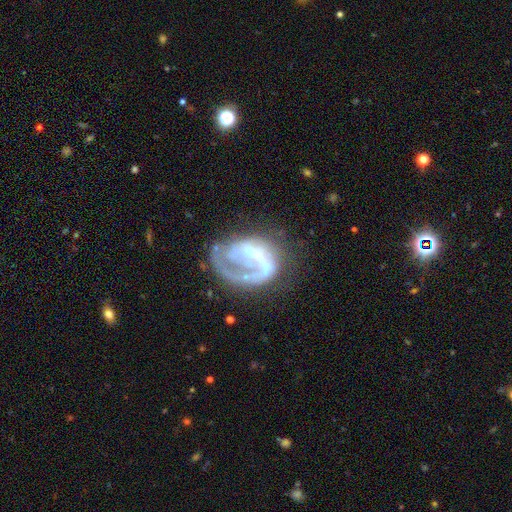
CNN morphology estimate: type=featured or disk (76%); edge-on=no (98%); bar=no (47%); spiral arms=yes (71%); winding=medium (34%); arm count=1 (71%); bulge=none (52%); merging=none (40%).